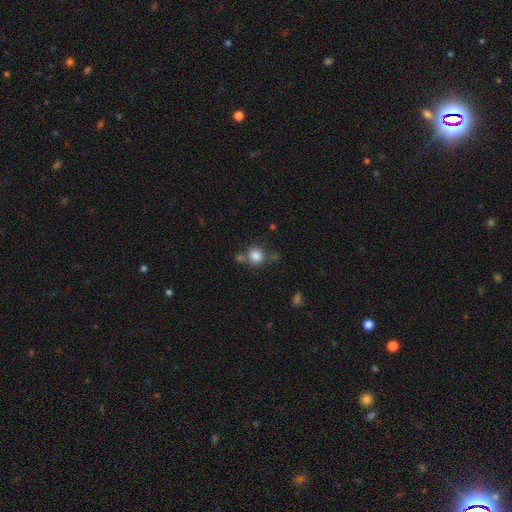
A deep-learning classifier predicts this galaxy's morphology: Smooth or featured? smooth (84%)
How rounded? round (79%)
Merging? none (62%)